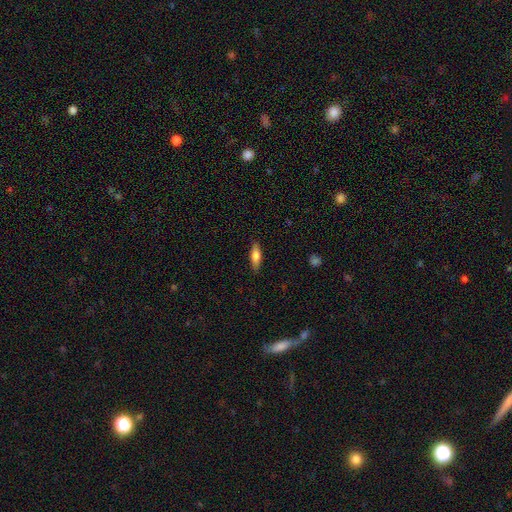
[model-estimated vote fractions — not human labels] smooth 69%, featured or disk 25%, star or artifact 6%. Down the decision tree: how rounded — in between (50%); merging — none (87%).